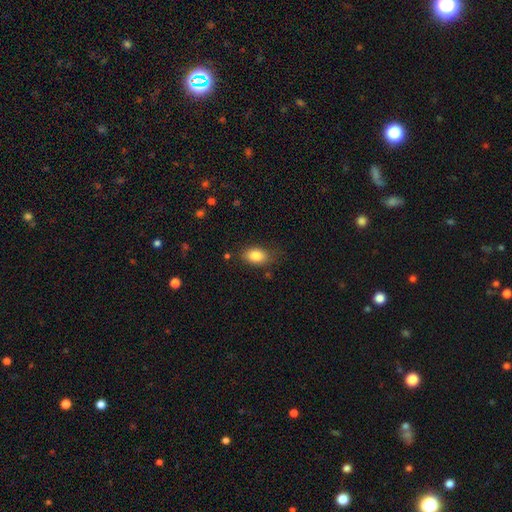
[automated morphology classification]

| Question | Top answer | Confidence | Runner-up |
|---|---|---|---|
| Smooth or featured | smooth | 84% | star or artifact (8%) |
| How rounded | in between | 86% | round (12%) |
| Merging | none | 77% | minor disturbance (17%) |